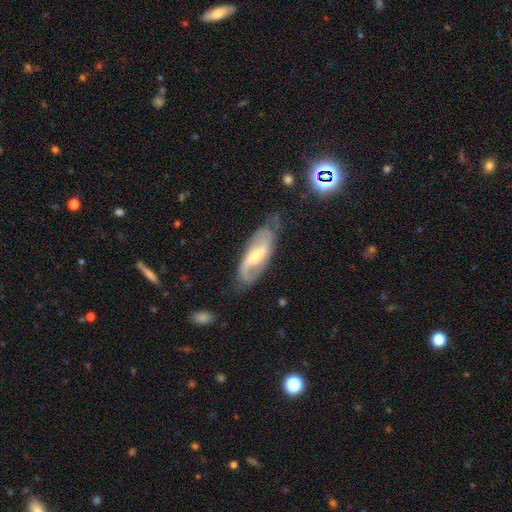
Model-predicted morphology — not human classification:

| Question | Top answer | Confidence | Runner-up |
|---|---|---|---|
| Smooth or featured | featured or disk | 78% | smooth (17%) |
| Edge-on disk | no | 93% | yes (7%) |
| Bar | weak | 46% | strong (37%) |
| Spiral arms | yes | 92% | no (8%) |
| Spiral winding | loose | 47% | medium (39%) |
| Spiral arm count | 2 | 84% | can't tell (7%) |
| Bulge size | moderate | 49% | small (33%) |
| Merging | none | 62% | minor disturbance (24%) |